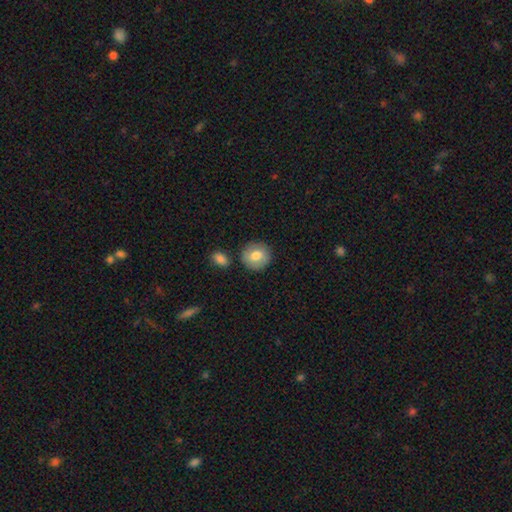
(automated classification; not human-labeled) Smooth or featured? smooth (75%)
How rounded? round (88%)
Merging? none (82%)